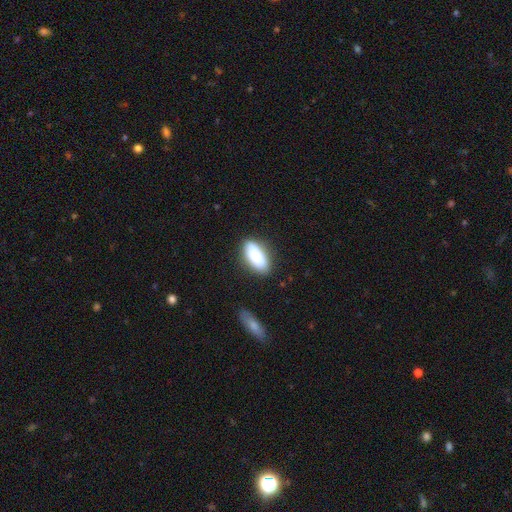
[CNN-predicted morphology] smooth-or-featured: smooth: 86% | featured or disk: 8% | star or artifact: 6%
  how-rounded: in between: 85% | cigar-shaped: 12% | round: 2%
  merging: none: 83% | minor disturbance: 12% | major disturbance: 3% | merger: 2%